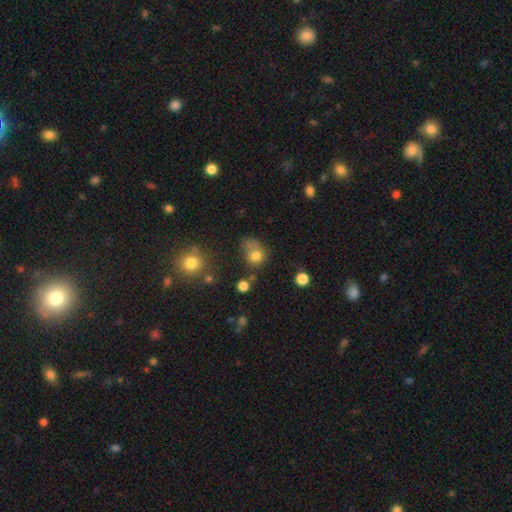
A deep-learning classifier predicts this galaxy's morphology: Smooth or featured? smooth (74%)
How rounded? round (60%)
Merging? none (36%)